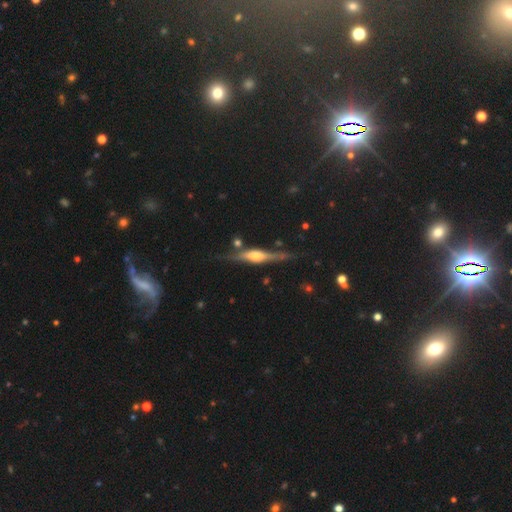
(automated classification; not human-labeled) The model was most divided on "merging": none: 77%, minor disturbance: 15%, merger: 4%, major disturbance: 4%. More confident: edge-on disk — yes (97%); edge-on bulge — rounded (81%); smooth or featured — featured or disk (80%).